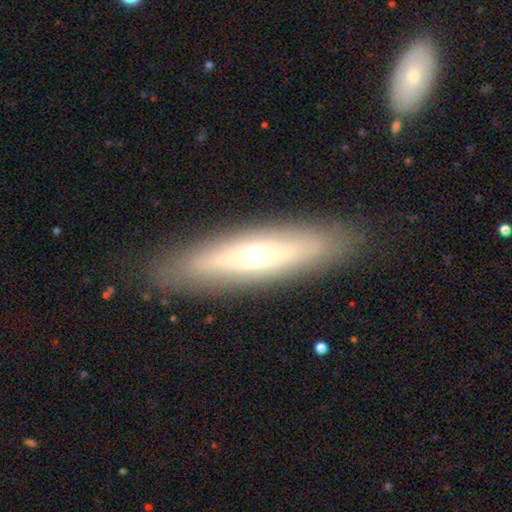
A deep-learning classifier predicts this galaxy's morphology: A featured or disk galaxy (55%) viewed edge-on (64%). Merging: none (86%).